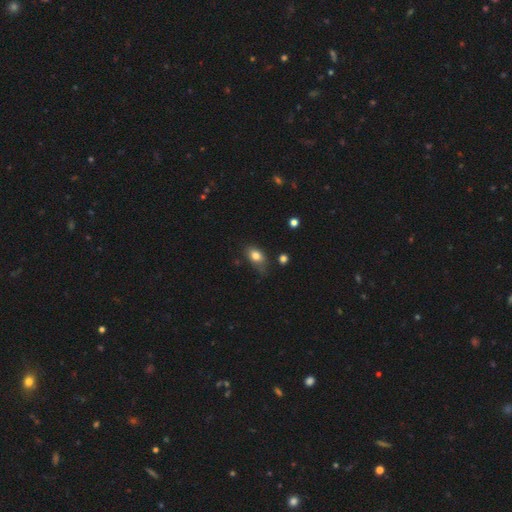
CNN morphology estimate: Smooth or featured? Predicted: smooth (p=0.81). How rounded? Predicted: in between (p=0.80). Merging? Predicted: none (p=0.55).